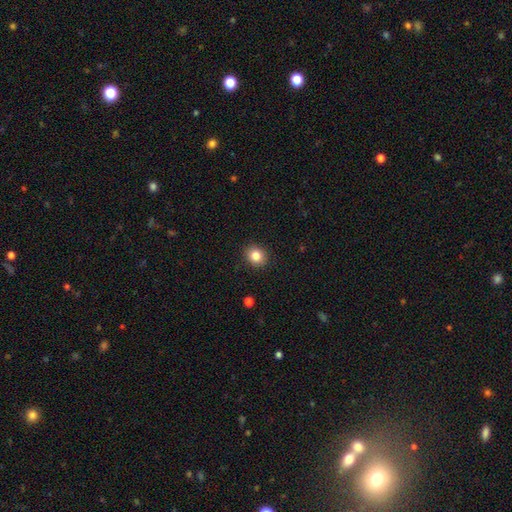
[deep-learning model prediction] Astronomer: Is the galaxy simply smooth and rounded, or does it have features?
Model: smooth — 84%.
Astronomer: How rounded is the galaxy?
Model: round — 74%.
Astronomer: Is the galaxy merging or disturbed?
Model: none — 90%.